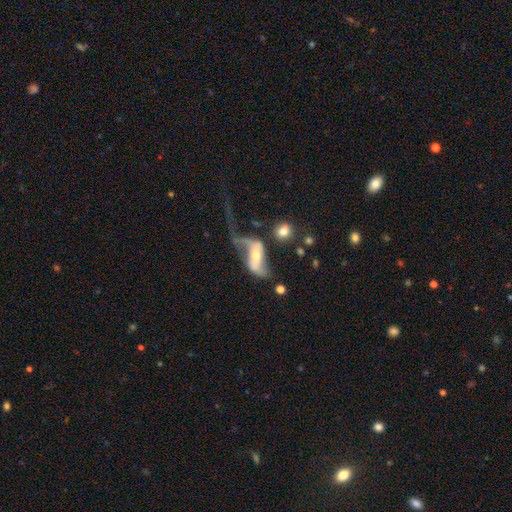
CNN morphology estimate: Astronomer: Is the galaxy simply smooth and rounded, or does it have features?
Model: featured or disk — 70%.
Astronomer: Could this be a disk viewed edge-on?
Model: no — 88%.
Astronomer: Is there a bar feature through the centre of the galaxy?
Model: strong — 34%, tied with weak at 34%.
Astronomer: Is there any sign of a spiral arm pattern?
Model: yes — 78%.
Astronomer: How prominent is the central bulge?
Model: moderate — 60%.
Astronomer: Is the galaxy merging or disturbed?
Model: major disturbance — 48% (runner-up: none, 24%).